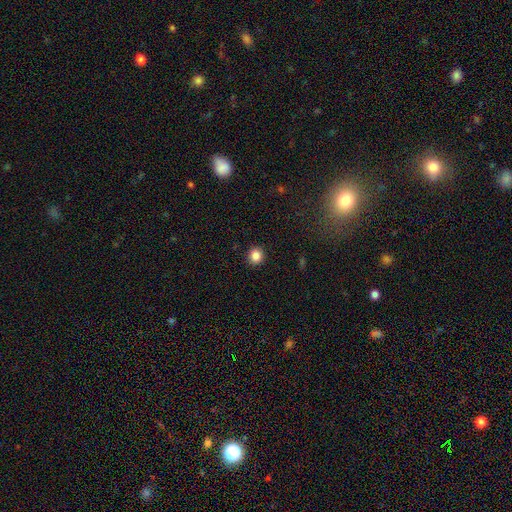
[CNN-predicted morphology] Smooth or featured? Predicted: smooth (p=0.85). How rounded? Predicted: round (p=0.92). Merging? Predicted: none (p=0.92).